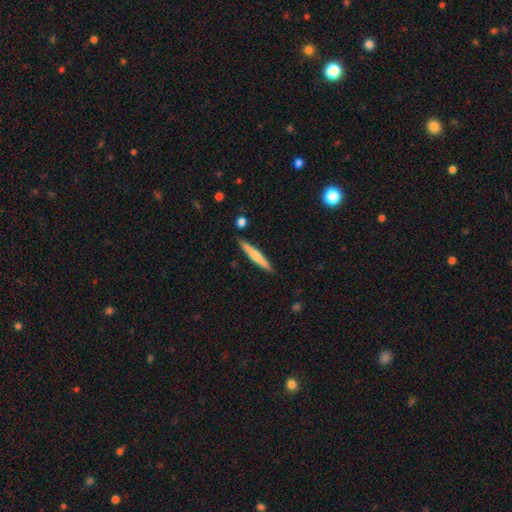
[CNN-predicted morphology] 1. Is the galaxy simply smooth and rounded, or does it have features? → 53% smooth, 42% featured or disk, 5% star or artifact.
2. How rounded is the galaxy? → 94% cigar-shaped, 5% in between, 1% round.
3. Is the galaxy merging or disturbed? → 88% none, 8% minor disturbance, 2% merger, 2% major disturbance.